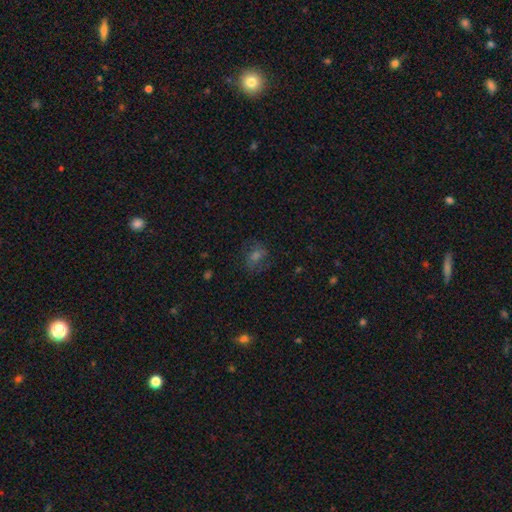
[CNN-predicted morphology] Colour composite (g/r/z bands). It shows a smooth galaxy with no disk features (40%). Merging: none (74%).